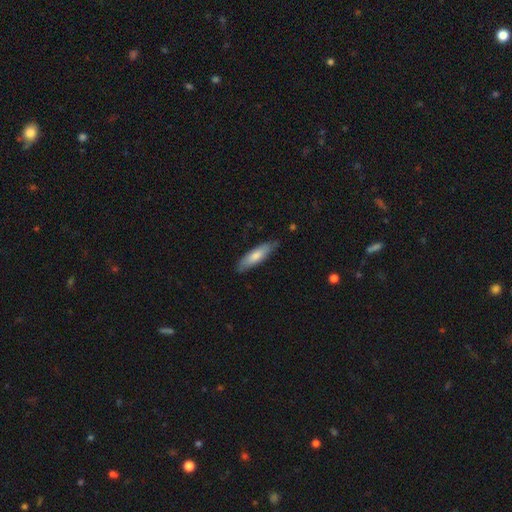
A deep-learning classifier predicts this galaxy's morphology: This is likely a smooth galaxy (72%). How rounded: likely cigar-shaped (63%). Merging: likely none (78%).